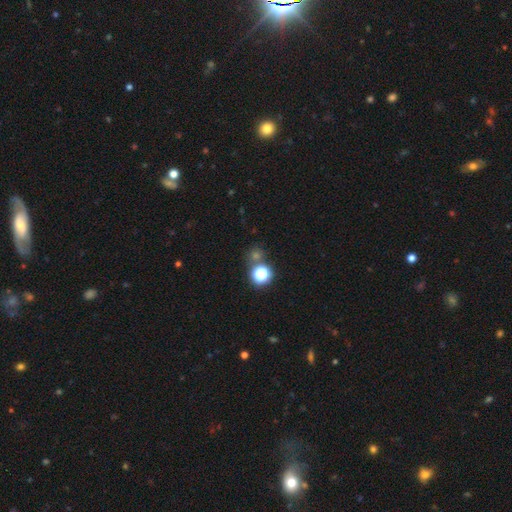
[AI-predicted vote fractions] Overall: star or artifact (49%; smooth 44%).